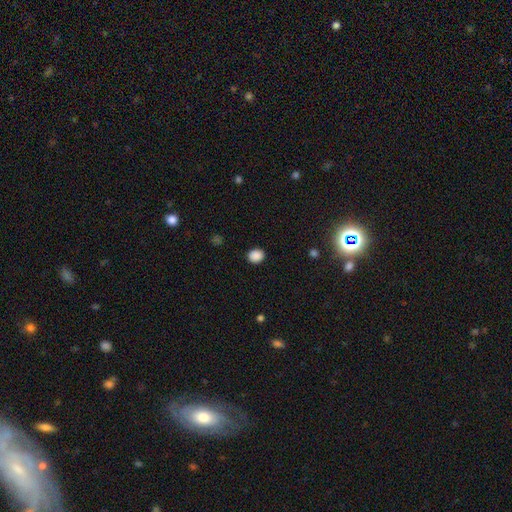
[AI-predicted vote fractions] A smooth galaxy with no disk features (88%) that is round (64%).

Vote fractions:
- Smooth or featured? smooth: 88% / star or artifact: 9% / featured or disk: 2%
- How rounded? round: 64% / in between: 35% / cigar-shaped: 1%
- Merging? none: 90% / minor disturbance: 7% / major disturbance: 2% / merger: 1%